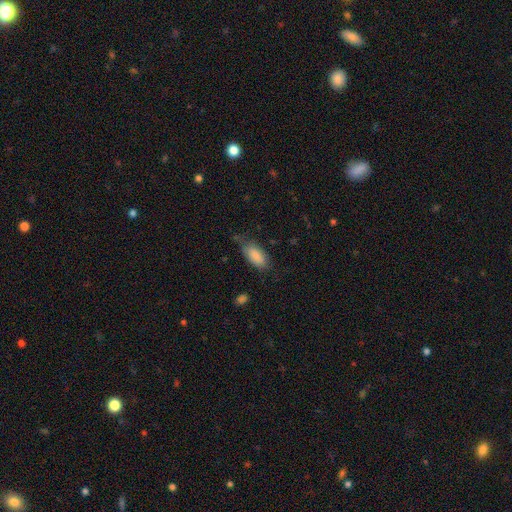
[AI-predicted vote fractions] This appears to be a smooth galaxy with no disk features (87%) that is in between round and cigar-shaped (89%). Merging: none (64%).